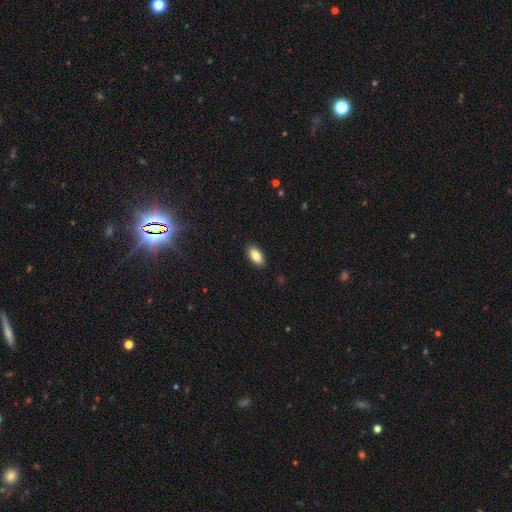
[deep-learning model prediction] Smooth or featured? smooth (87%)
How rounded? in between (93%)
Merging? none (90%)